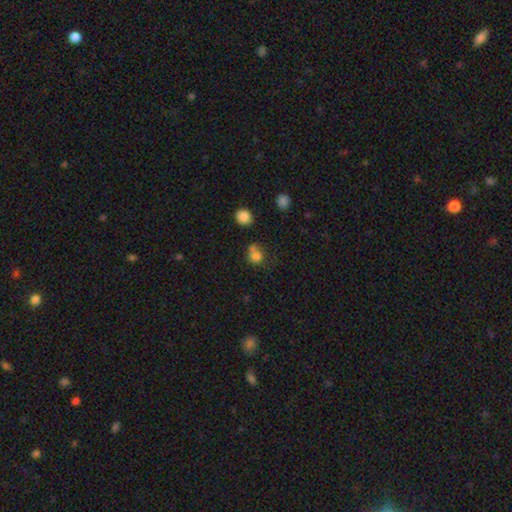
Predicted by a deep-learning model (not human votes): Q: Smooth or featured?
A: smooth (77%); runner-up: star or artifact (15%)
Q: How rounded?
A: round (73%); runner-up: in between (26%)
Q: Merging?
A: none (45%); runner-up: merger (32%)